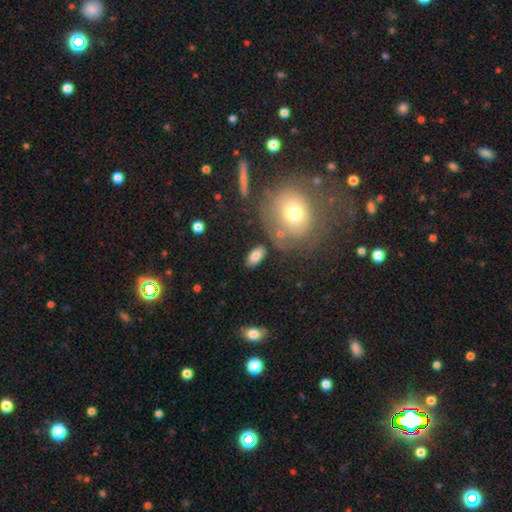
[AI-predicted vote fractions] Morphology: type=smooth (81%); roundness=in between (90%); merging=none (80%).